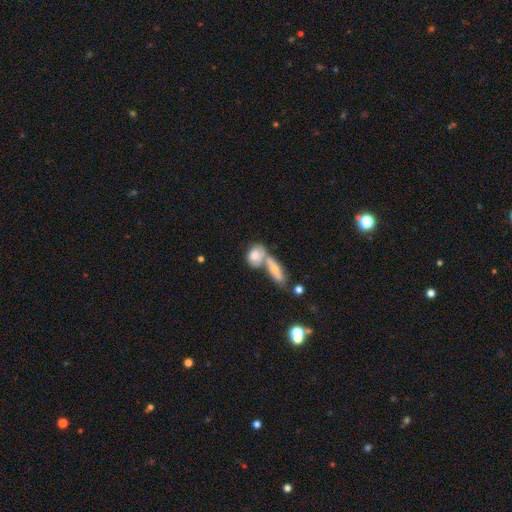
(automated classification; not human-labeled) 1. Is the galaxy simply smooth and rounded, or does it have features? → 69% smooth, 23% featured or disk, 8% star or artifact.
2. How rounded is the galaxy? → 66% in between, 25% round, 9% cigar-shaped.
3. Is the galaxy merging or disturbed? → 55% merger, 29% none, 10% minor disturbance, 5% major disturbance.